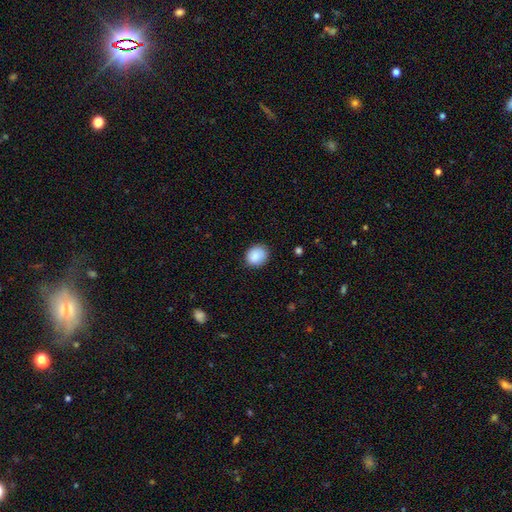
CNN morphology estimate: Overall: smooth (89%). How rounded: round (69%; in between 30%). Merging: none (85%).